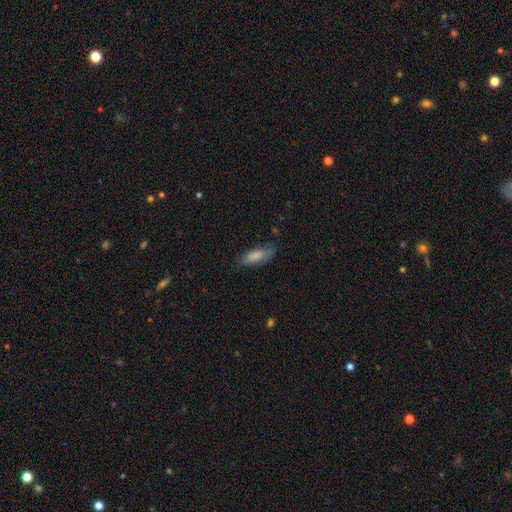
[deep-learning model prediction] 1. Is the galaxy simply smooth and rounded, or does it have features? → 80% smooth, 14% featured or disk, 6% star or artifact.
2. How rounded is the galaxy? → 63% in between, 36% cigar-shaped, 2% round.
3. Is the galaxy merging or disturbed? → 67% none, 25% minor disturbance, 6% major disturbance, 2% merger.